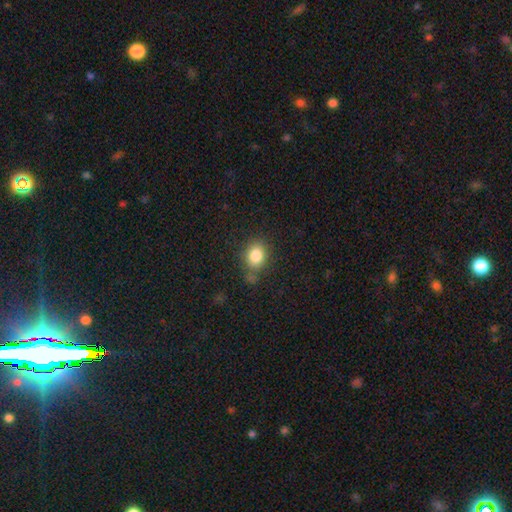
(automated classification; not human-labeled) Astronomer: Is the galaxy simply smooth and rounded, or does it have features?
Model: smooth — 83%.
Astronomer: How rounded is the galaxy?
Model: round — 51% (runner-up: in between, 47%).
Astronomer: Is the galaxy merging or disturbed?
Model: none — 71%.